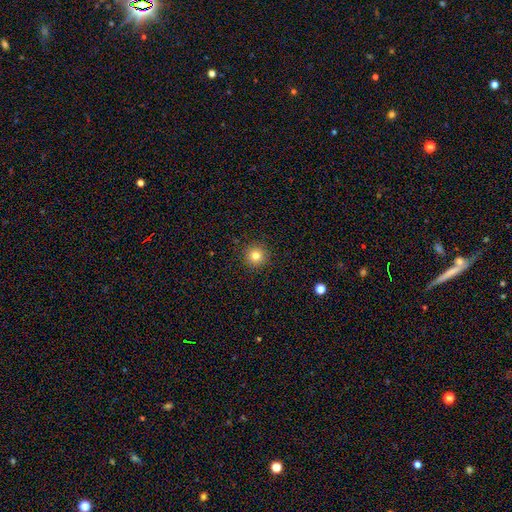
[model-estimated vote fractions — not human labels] Smooth or featured? Predicted: smooth (p=0.81). How rounded? Predicted: round (p=0.96). Merging? Predicted: none (p=0.93).